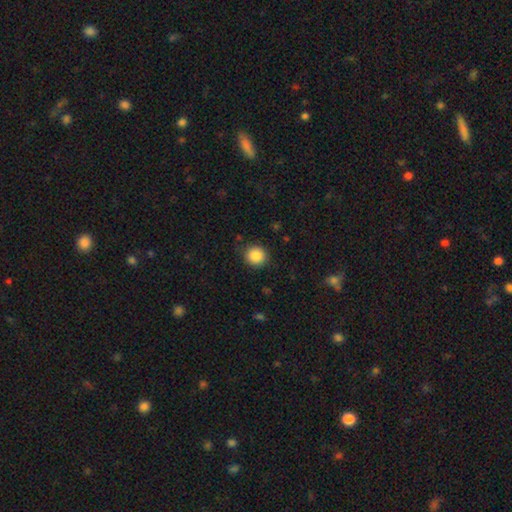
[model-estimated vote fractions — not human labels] smooth 87%, star or artifact 9%, featured or disk 4%. Down the decision tree: how rounded — round (90%); merging — none (87%).